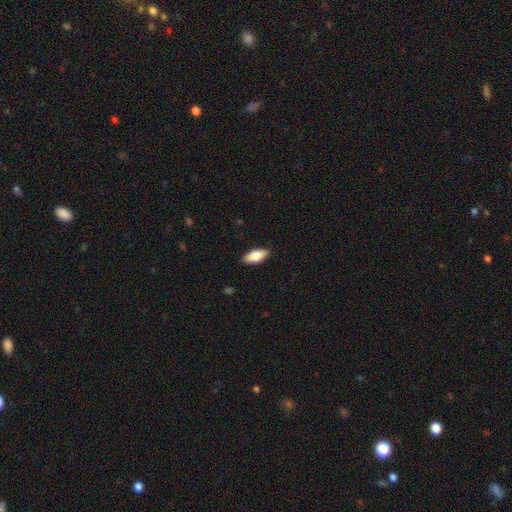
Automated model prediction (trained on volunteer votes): smooth-or-featured: smooth: 80% | featured or disk: 13% | star or artifact: 6%
  how-rounded: in between: 86% | cigar-shaped: 12% | round: 2%
  merging: none: 88% | minor disturbance: 10% | major disturbance: 2% | merger: 1%